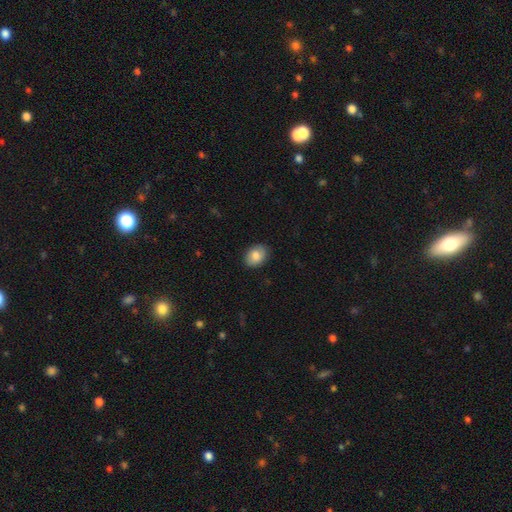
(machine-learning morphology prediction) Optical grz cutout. It shows a smooth galaxy with no disk features (85%) that is in between round and cigar-shaped (71%). Merging: none (88%).